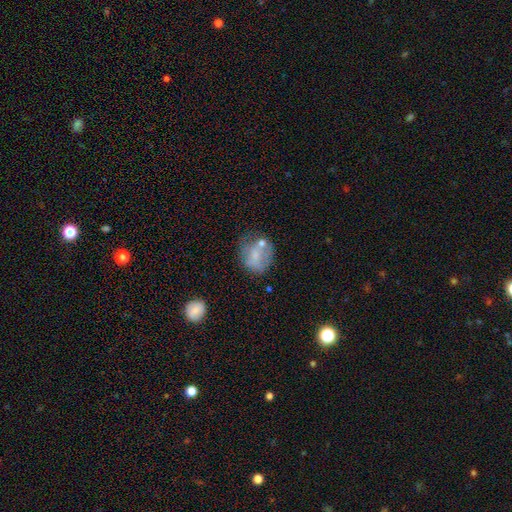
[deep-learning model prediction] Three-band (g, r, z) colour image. It shows a smooth galaxy with no disk features (60%) that is round (63%). Merging: none (44%).